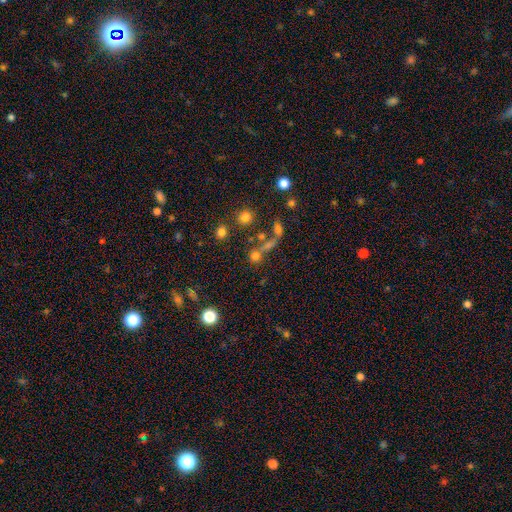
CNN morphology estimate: type=smooth (64%); roundness=round (85%); merging=none (47%).